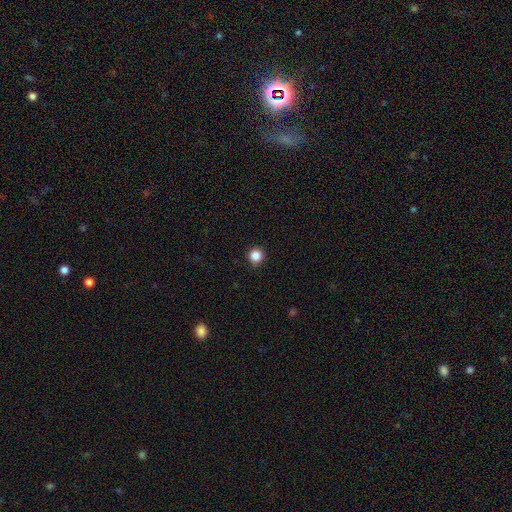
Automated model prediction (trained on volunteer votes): A smooth galaxy with no disk features (86%) that is round (96%).

Vote fractions:
- Smooth or featured? smooth: 86% / star or artifact: 11% / featured or disk: 3%
- How rounded? round: 96% / in between: 3% / cigar-shaped: 1%
- Merging? none: 91% / minor disturbance: 6% / major disturbance: 2% / merger: 1%